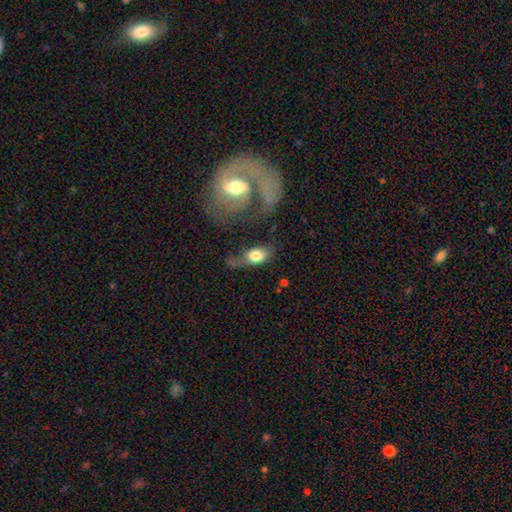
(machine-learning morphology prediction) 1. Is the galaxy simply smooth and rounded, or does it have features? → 71% smooth, 22% featured or disk, 7% star or artifact.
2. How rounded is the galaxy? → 83% in between, 12% round, 5% cigar-shaped.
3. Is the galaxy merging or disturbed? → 32% none, 26% major disturbance, 26% minor disturbance, 16% merger.